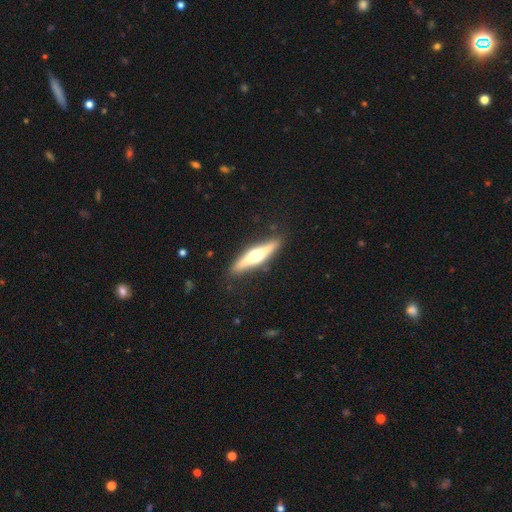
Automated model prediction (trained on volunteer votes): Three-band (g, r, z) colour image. It shows a featured or disk galaxy (63%) viewed edge-on (94%) with a rounded central bulge (94%). Merging: none (87%).